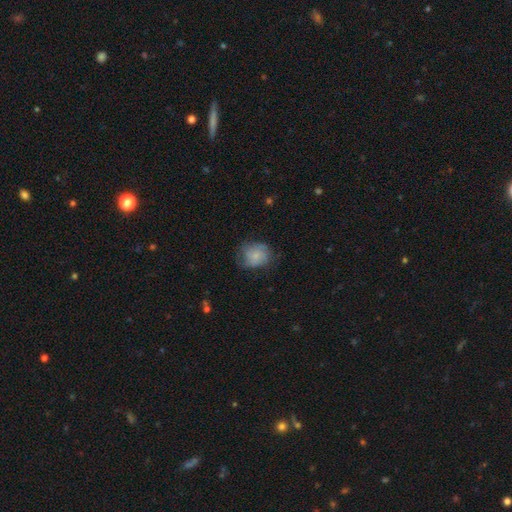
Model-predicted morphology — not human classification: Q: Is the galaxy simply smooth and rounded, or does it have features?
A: smooth — 71%.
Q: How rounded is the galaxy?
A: round — 70%.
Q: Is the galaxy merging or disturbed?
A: none — 58%.